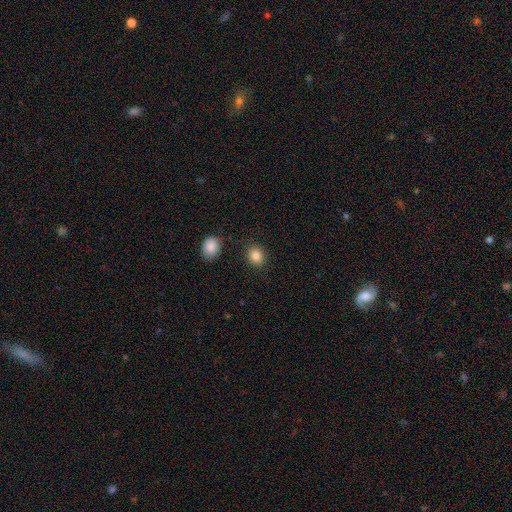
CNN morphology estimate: Smooth or featured? Predicted: smooth (p=0.86). How rounded? Predicted: round (p=0.63). Merging? Predicted: none (p=0.86).